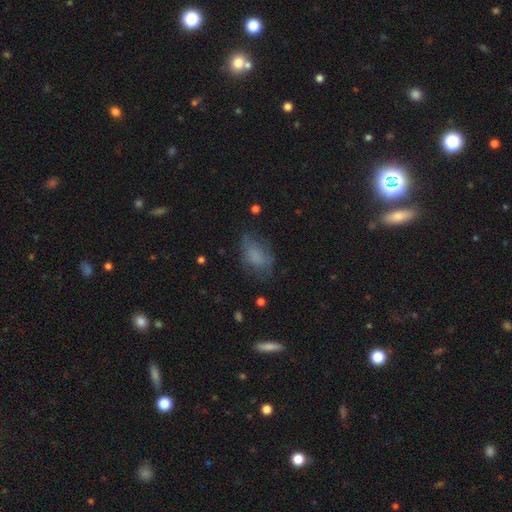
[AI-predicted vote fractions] Smooth or featured?
  - smooth: 70% *
  - featured or disk: 19%
  - star or artifact: 11%
How rounded?
  - in between: 87% *
  - round: 9%
  - cigar-shaped: 4%
Merging?
  - none: 52% *
  - minor disturbance: 29%
  - major disturbance: 17%
  - merger: 2%